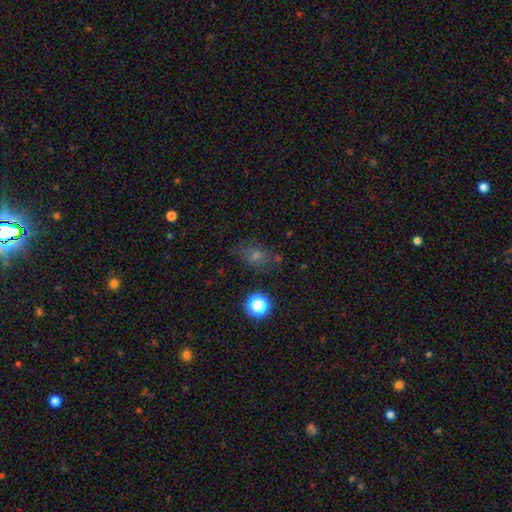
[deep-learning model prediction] smooth-or-featured: smooth: 53% | star or artifact: 31% | featured or disk: 16%
  how-rounded: in between: 57% | round: 41% | cigar-shaped: 2%
  merging: none: 72% | minor disturbance: 17% | major disturbance: 7% | merger: 5%